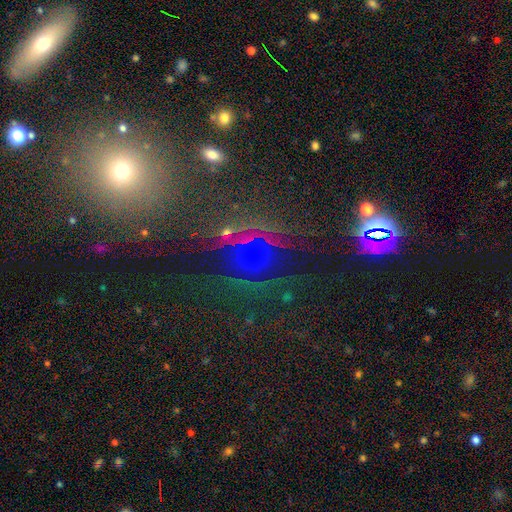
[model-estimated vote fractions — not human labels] Smooth or featured?
  - star or artifact: 55% *
  - smooth: 25%
  - featured or disk: 20%